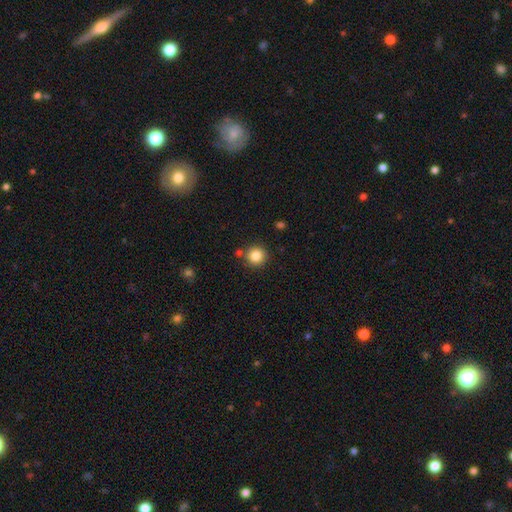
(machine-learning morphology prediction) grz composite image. It shows a smooth galaxy with no disk features (85%) that is round (94%). Merging: none (84%).